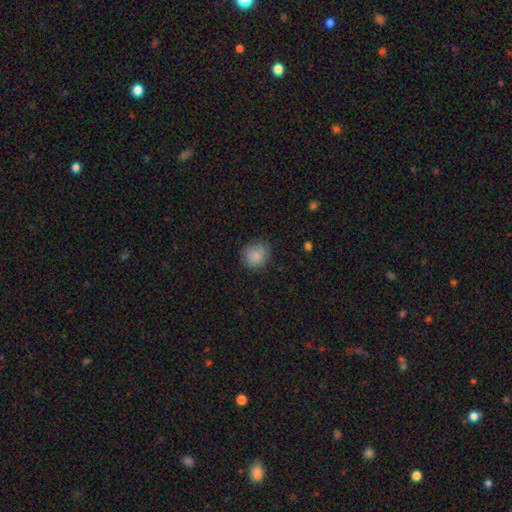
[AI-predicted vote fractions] smooth_or_featured: smooth (p=0.85) [alt: star or artifact p=0.08]
how_rounded: round (p=0.83) [alt: in between p=0.16]
merging: none (p=0.79) [alt: minor disturbance p=0.16]